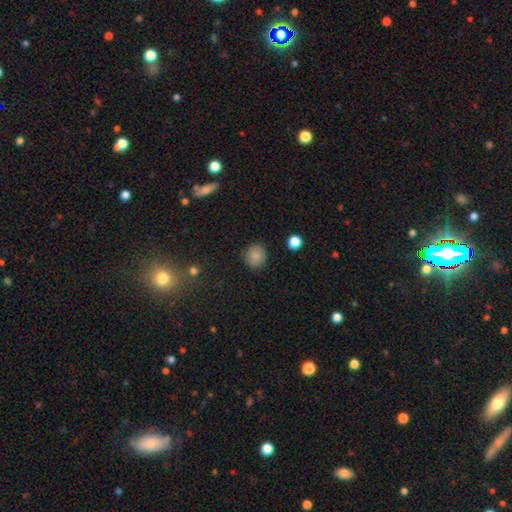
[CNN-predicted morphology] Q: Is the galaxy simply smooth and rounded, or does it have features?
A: smooth — 85%.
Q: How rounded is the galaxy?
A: round — 87%.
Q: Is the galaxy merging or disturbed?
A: none — 87%.